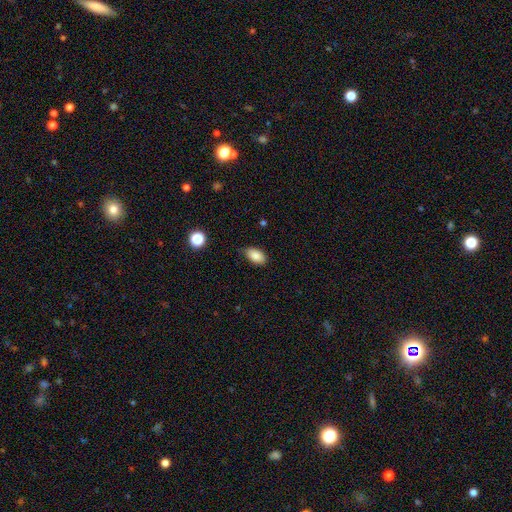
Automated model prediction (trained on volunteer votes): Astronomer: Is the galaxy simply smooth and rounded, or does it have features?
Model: smooth — 85%.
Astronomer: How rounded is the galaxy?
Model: in between — 91%.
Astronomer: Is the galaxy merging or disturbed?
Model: none — 74%.